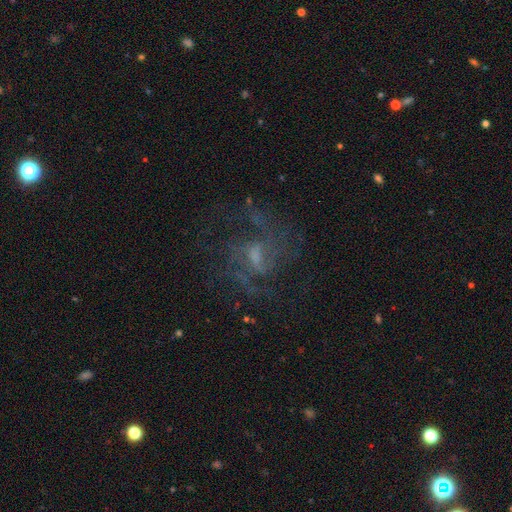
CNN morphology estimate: smooth_or_featured: featured or disk (p=0.75) [alt: star or artifact p=0.13]
disk_edge_on: no (p=0.97) [alt: yes p=0.03]
bar: weak (p=0.53) [alt: no p=0.34]
has_spiral_arms: yes (p=0.84) [alt: no p=0.16]
spiral_winding: medium (p=0.47) [alt: loose p=0.33]
spiral_arm_count: can't tell (p=0.35) [alt: 2 p=0.26]
bulge_size: small (p=0.39) [alt: moderate p=0.36]
merging: none (p=0.59) [alt: major disturbance p=0.23]